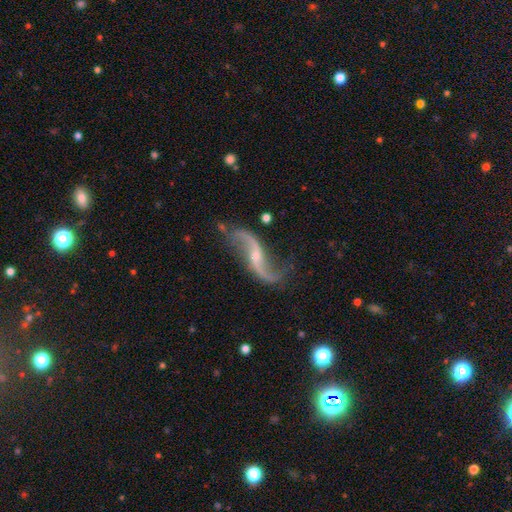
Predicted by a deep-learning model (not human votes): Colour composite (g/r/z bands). It shows a featured or disk galaxy (91%) with no bar (42%), 2 (94%) loose (92%) spiral arms (97%) and a small central bulge (67%). Merging: none (76%).